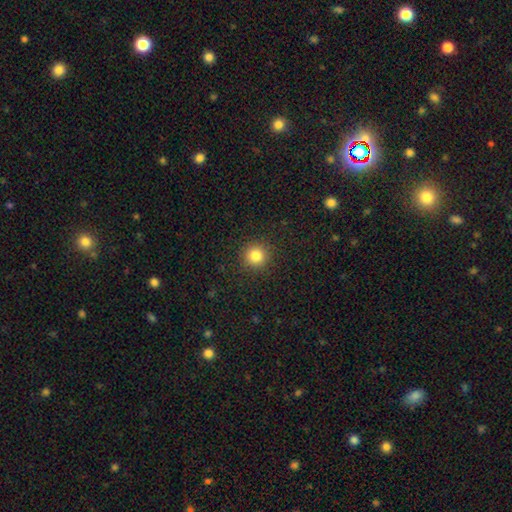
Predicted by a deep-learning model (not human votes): A smooth galaxy with no disk features (82%) that is round (95%).

Vote fractions:
- Smooth or featured? smooth: 82% / star or artifact: 13% / featured or disk: 5%
- How rounded? round: 95% / in between: 5% / cigar-shaped: 1%
- Merging? none: 91% / minor disturbance: 5% / major disturbance: 2% / merger: 1%